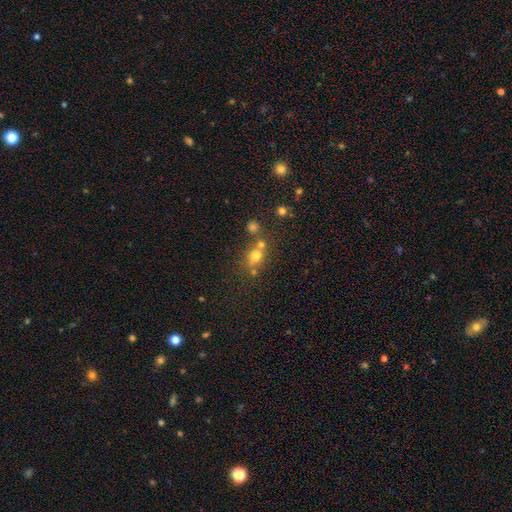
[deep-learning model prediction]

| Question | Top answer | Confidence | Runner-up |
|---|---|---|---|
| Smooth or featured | smooth | 70% | star or artifact (17%) |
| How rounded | round | 65% | in between (33%) |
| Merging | none | 51% | merger (33%) |